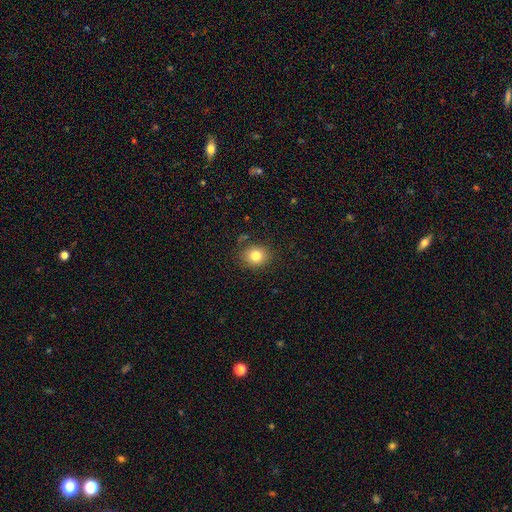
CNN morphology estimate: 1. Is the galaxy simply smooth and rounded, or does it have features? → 81% smooth, 11% star or artifact, 7% featured or disk.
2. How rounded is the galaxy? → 74% round, 25% in between, 1% cigar-shaped.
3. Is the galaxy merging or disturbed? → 85% none, 10% minor disturbance, 3% major disturbance, 2% merger.